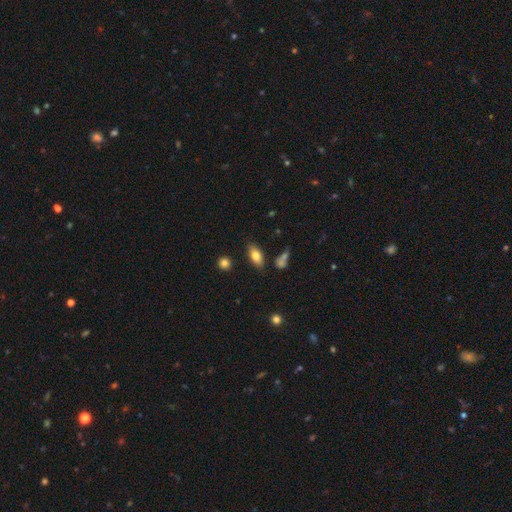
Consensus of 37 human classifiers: smooth-or-featured: smooth: 76% | featured or disk: 19% | star or artifact: 5%
  how-rounded: in between: 89% | cigar-shaped: 11% | round: 0%
  merging: none: 77% | minor disturbance: 14% | merger: 9% | major disturbance: 0%